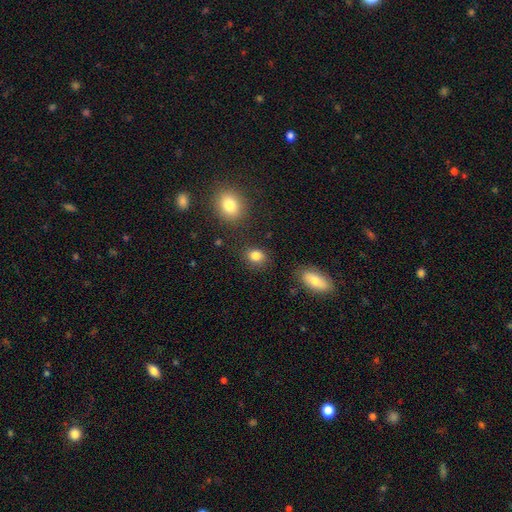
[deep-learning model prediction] Overall: smooth (85%). How rounded: in between (52%; round 46%). Merging: none (81%).